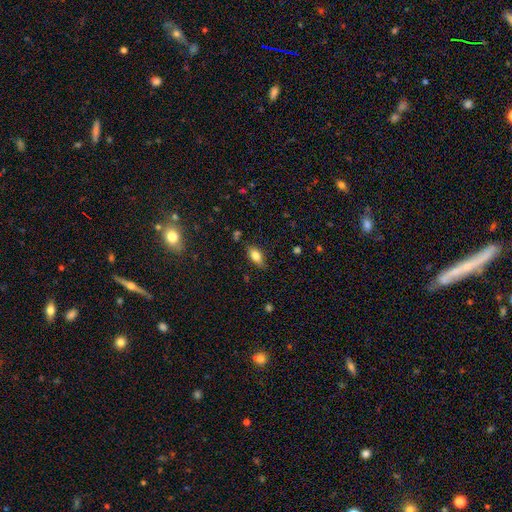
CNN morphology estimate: A smooth galaxy with no disk features (79%) that is in between round and cigar-shaped (86%). Merging: none (80%).